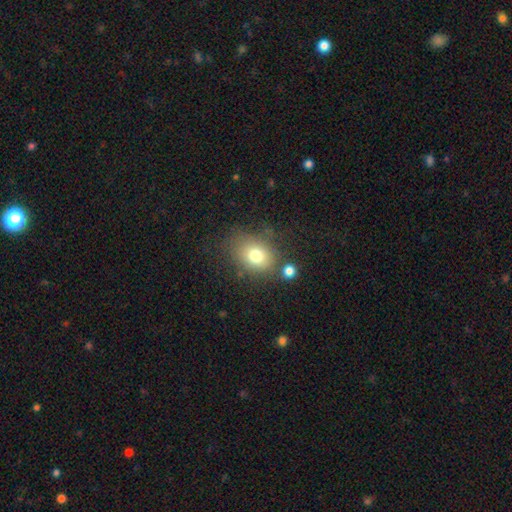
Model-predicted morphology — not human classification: This is likely a smooth galaxy (76%). How rounded: possibly in between (56%). Merging: likely none (67%).